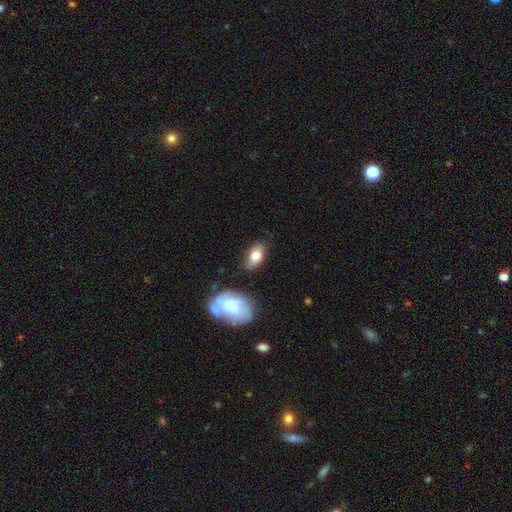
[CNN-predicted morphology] This is likely a smooth galaxy (72%). How rounded: clearly in between (89%). Merging: likely none (74%).